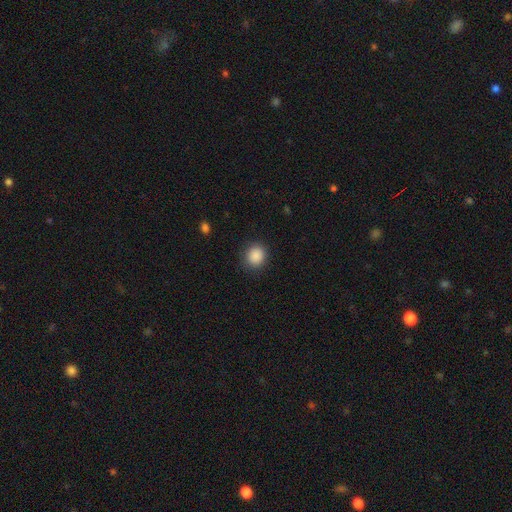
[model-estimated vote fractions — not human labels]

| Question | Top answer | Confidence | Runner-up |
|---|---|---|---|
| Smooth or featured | smooth | 88% | star or artifact (9%) |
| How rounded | round | 84% | in between (15%) |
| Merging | none | 88% | minor disturbance (8%) |